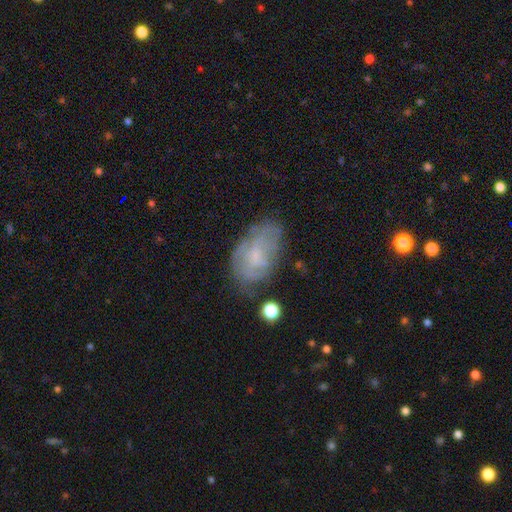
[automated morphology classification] Smooth or featured? featured or disk (52%)
Edge-on disk? no (95%)
Merging? none (58%)